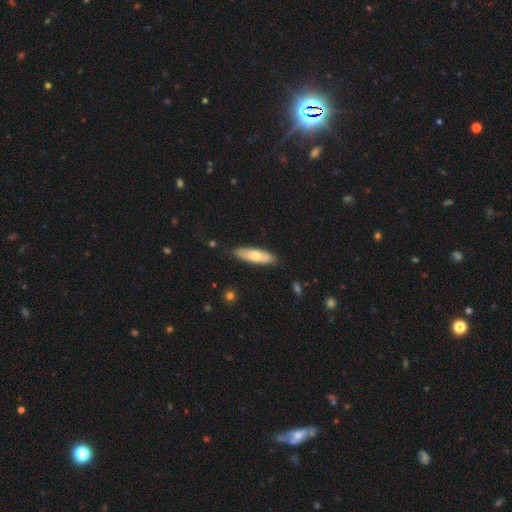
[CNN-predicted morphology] smooth 67%, featured or disk 28%, star or artifact 5%. Down the decision tree: how rounded — cigar-shaped (54%); merging — none (86%).